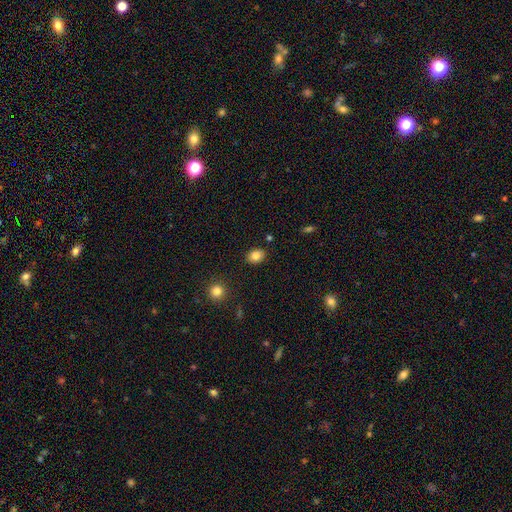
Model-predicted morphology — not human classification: A smooth galaxy with no disk features (83%) that is in between round and cigar-shaped (62%). Merging: none (87%).